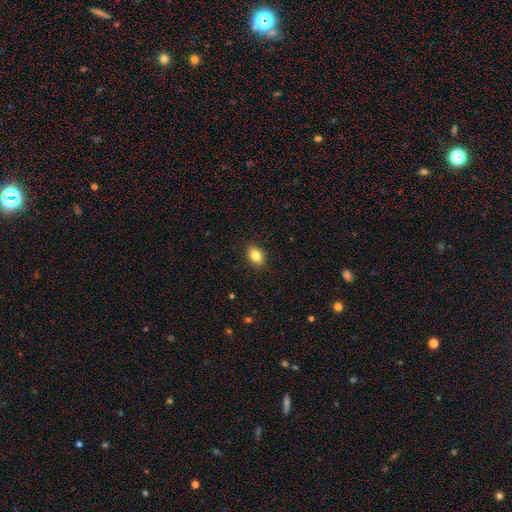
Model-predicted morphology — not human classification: Overall: smooth (84%). How rounded: in between (74%). Merging: none (90%).